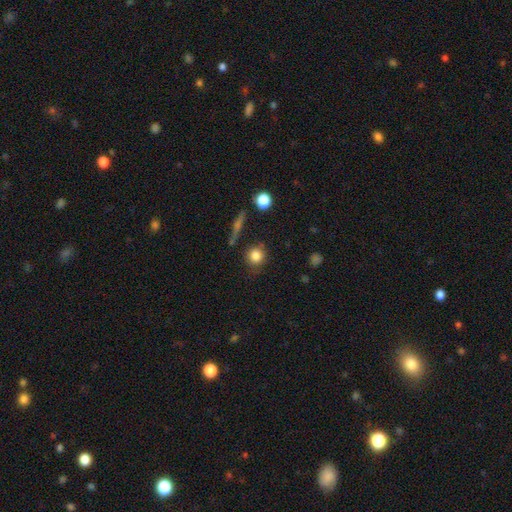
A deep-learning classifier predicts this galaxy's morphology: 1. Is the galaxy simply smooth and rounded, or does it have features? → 82% smooth, 10% star or artifact, 8% featured or disk.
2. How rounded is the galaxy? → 87% round, 11% in between, 2% cigar-shaped.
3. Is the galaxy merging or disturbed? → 78% none, 14% minor disturbance, 4% merger, 4% major disturbance.